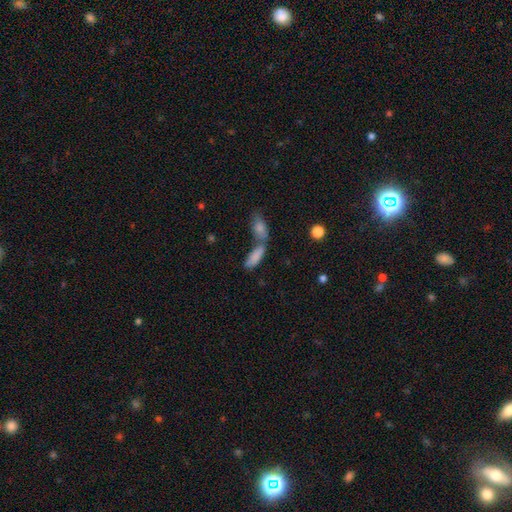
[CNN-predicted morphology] Overall: smooth (83%). How rounded: in between (67%; cigar-shaped 30%). Merging: merger (47%; none 38%).